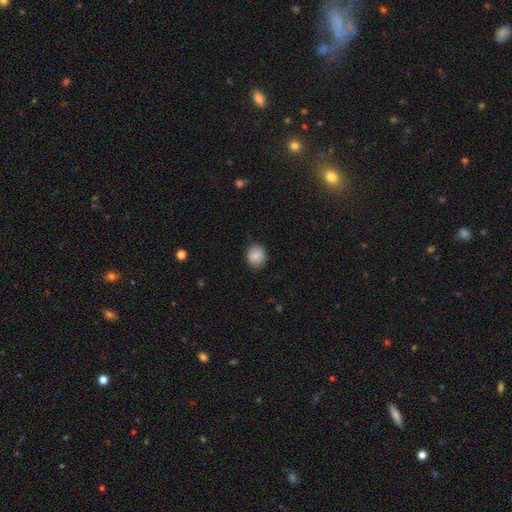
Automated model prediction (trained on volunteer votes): A smooth galaxy with no disk features (86%) that is round (74%).

Vote fractions:
- Smooth or featured? smooth: 86% / star or artifact: 8% / featured or disk: 6%
- How rounded? round: 74% / in between: 25% / cigar-shaped: 1%
- Merging? none: 85% / minor disturbance: 11% / major disturbance: 3% / merger: 1%